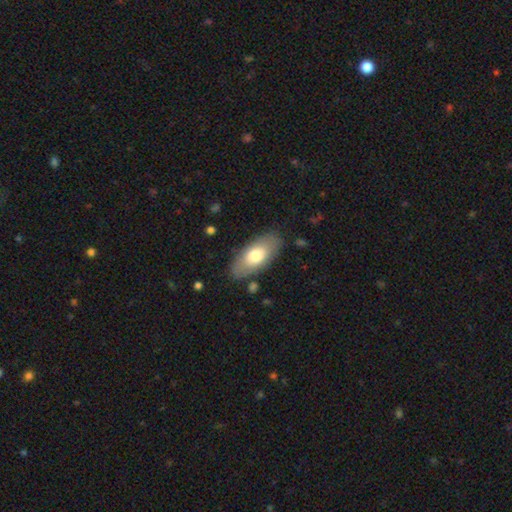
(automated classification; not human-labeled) smooth_or_featured: smooth (p=0.68) [alt: featured or disk p=0.26]
how_rounded: in between (p=0.90) [alt: cigar-shaped p=0.07]
merging: none (p=0.83) [alt: minor disturbance p=0.12]